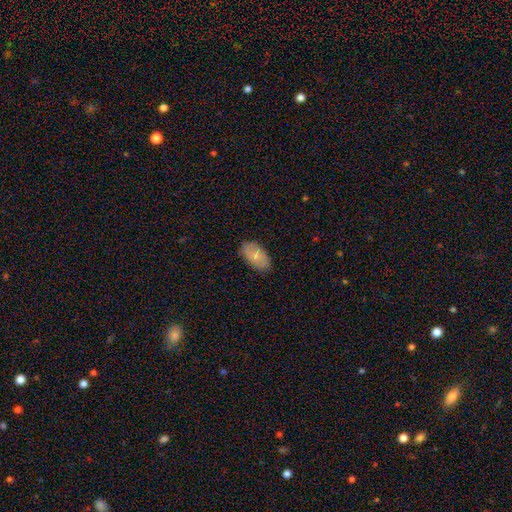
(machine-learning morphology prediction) smooth_or_featured: smooth (p=0.73) [alt: featured or disk p=0.21]
how_rounded: in between (p=0.94) [alt: round p=0.04]
merging: none (p=0.83) [alt: minor disturbance p=0.13]